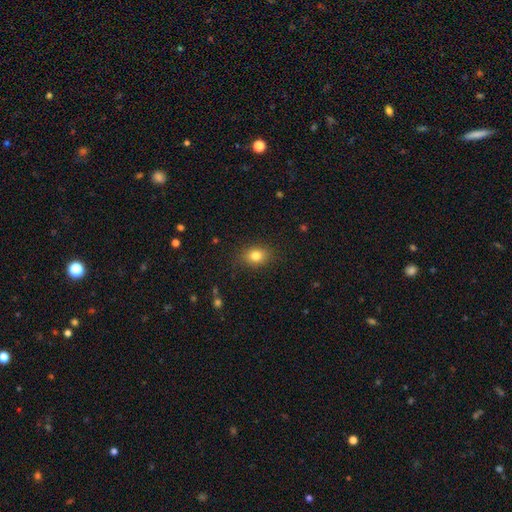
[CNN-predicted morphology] A smooth galaxy with no disk features (81%) that is in between round and cigar-shaped (62%). Merging: none (85%).